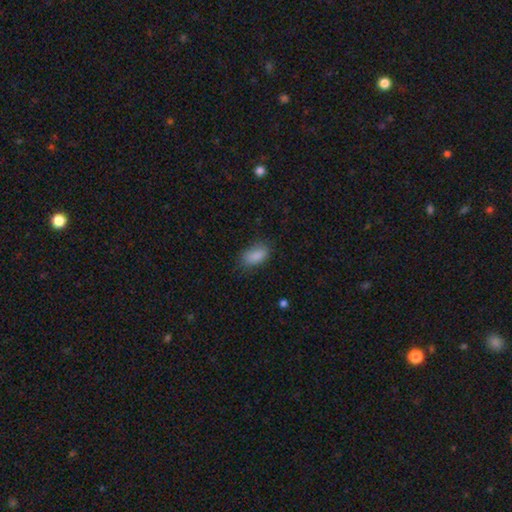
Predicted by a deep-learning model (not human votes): smooth_or_featured: smooth (p=0.87) [alt: star or artifact p=0.08]
how_rounded: in between (p=0.91) [alt: round p=0.06]
merging: none (p=0.73) [alt: minor disturbance p=0.21]